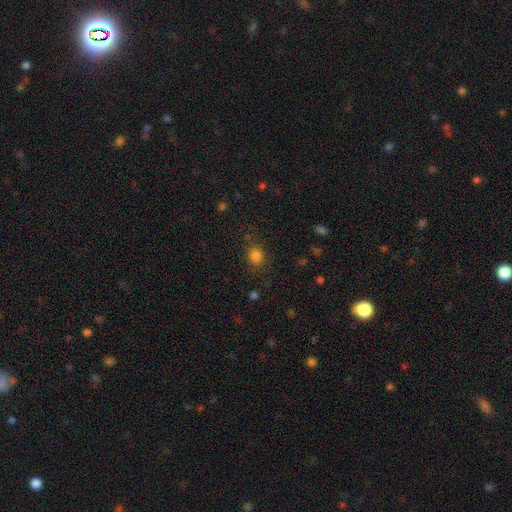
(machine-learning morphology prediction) Q: Smooth or featured?
A: smooth (81%); runner-up: star or artifact (14%)
Q: How rounded?
A: round (63%); runner-up: in between (36%)
Q: Merging?
A: none (81%); runner-up: minor disturbance (13%)